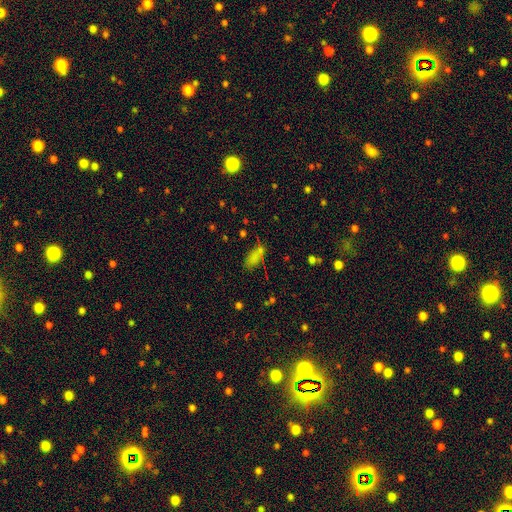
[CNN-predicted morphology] smooth-or-featured: smooth: 71% | star or artifact: 20% | featured or disk: 9%
  how-rounded: in between: 87% | cigar-shaped: 8% | round: 5%
  merging: none: 57% | minor disturbance: 21% | merger: 12% | major disturbance: 10%